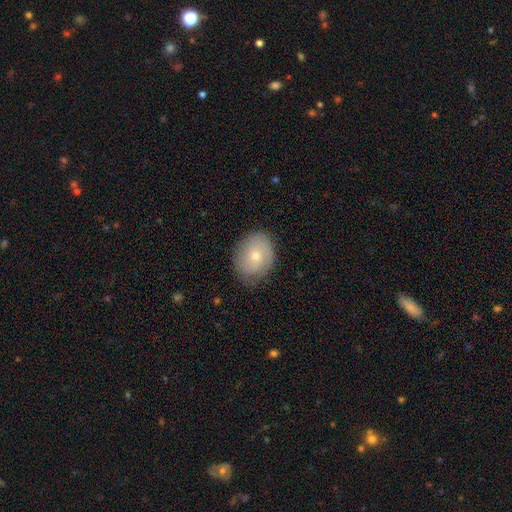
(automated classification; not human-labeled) A smooth galaxy with no disk features (56%) that is in between round and cigar-shaped (52%). Merging: none (75%).